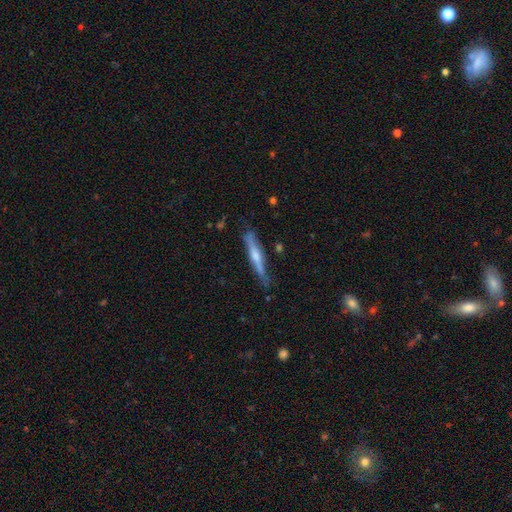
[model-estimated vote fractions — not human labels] The model was most divided on "smooth or featured": featured or disk: 60%, smooth: 34%, star or artifact: 6%. More confident: edge-on disk — yes (95%); merging — none (76%); edge-on bulge — rounded (70%).